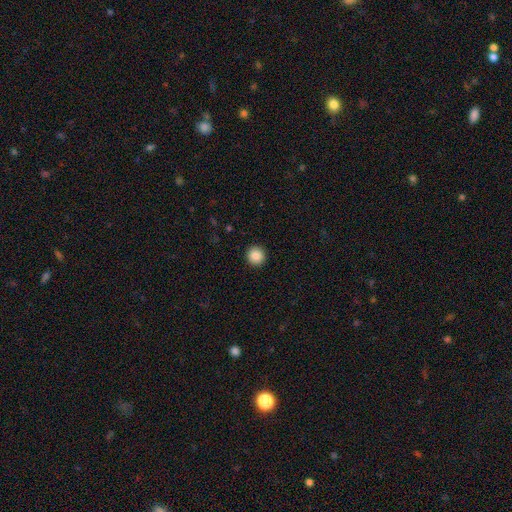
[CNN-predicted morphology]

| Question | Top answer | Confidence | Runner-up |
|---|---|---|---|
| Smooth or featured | smooth | 87% | star or artifact (9%) |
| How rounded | round | 94% | in between (5%) |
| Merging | none | 93% | minor disturbance (4%) |